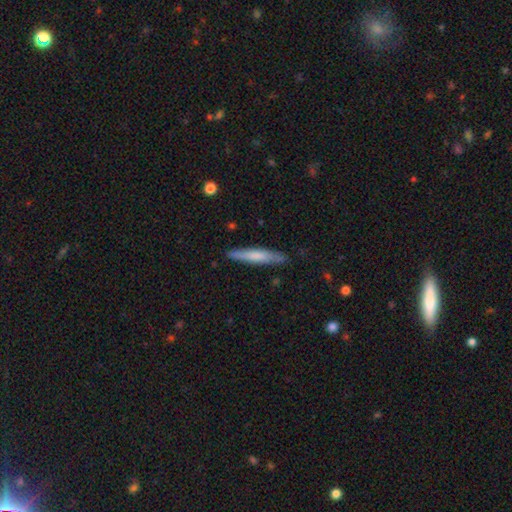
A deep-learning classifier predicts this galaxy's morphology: smooth-or-featured: smooth: 64% | featured or disk: 31% | star or artifact: 5%
  how-rounded: cigar-shaped: 93% | in between: 6% | round: 1%
  merging: none: 87% | minor disturbance: 10% | major disturbance: 2% | merger: 1%